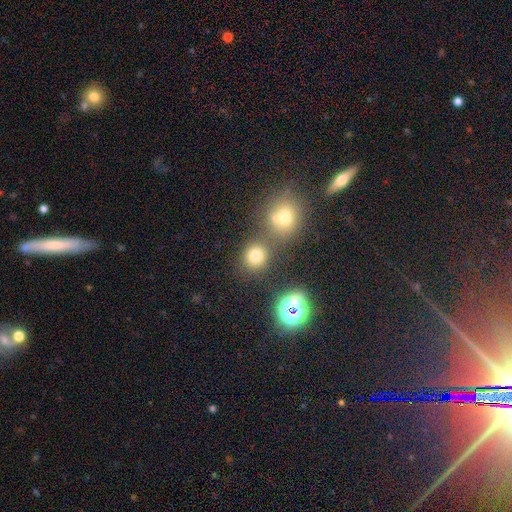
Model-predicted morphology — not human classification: Smooth or featured?
  - smooth: 74% *
  - star or artifact: 20%
  - featured or disk: 7%
How rounded?
  - round: 84% *
  - in between: 15%
  - cigar-shaped: 1%
Merging?
  - none: 70% *
  - merger: 18%
  - minor disturbance: 8%
  - major disturbance: 4%